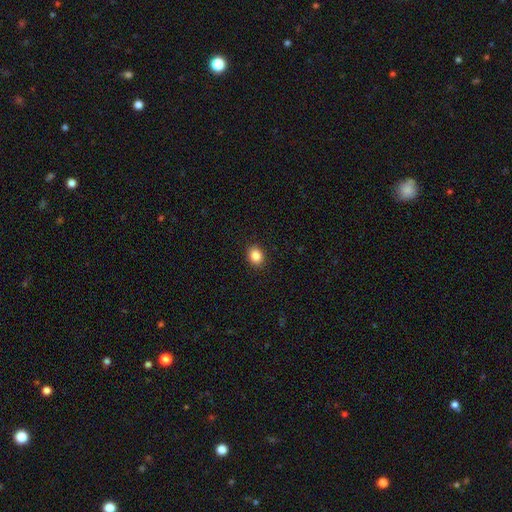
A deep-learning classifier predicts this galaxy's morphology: smooth 86%, star or artifact 10%, featured or disk 4%. Down the decision tree: how rounded — round (59%); merging — none (90%).